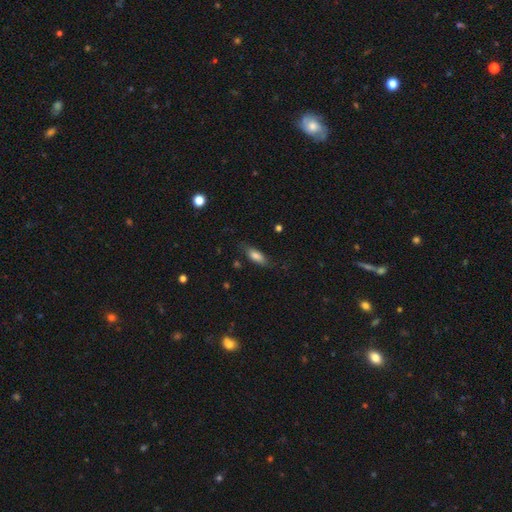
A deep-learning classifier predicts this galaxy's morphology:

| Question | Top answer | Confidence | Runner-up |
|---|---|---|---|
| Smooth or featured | smooth | 77% | featured or disk (15%) |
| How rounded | in between | 70% | cigar-shaped (28%) |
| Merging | none | 71% | minor disturbance (21%) |